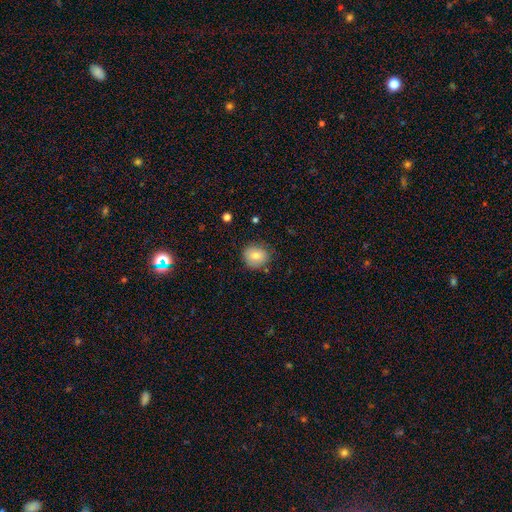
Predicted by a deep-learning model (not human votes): A smooth galaxy with no disk features (78%) that is round (81%). Merging: none (80%).